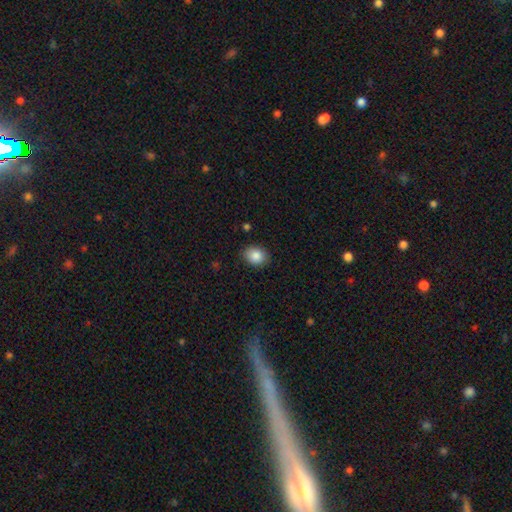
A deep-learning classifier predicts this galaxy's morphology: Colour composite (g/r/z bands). It shows a smooth galaxy with no disk features (87%) that is in between round and cigar-shaped (57%). Merging: none (86%).